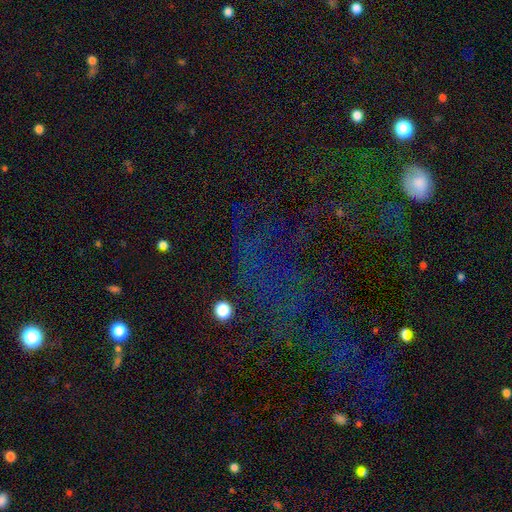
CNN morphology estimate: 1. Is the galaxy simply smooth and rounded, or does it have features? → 67% star or artifact, 17% smooth, 15% featured or disk.